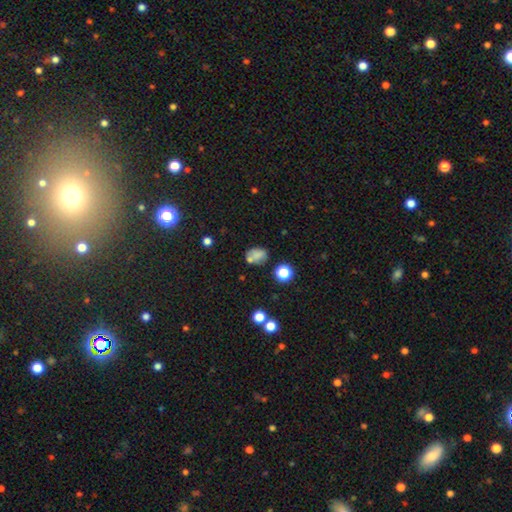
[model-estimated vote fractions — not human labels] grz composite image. It shows a smooth galaxy with no disk features (69%) that is in between round and cigar-shaped (59%). Merging: none (50%).